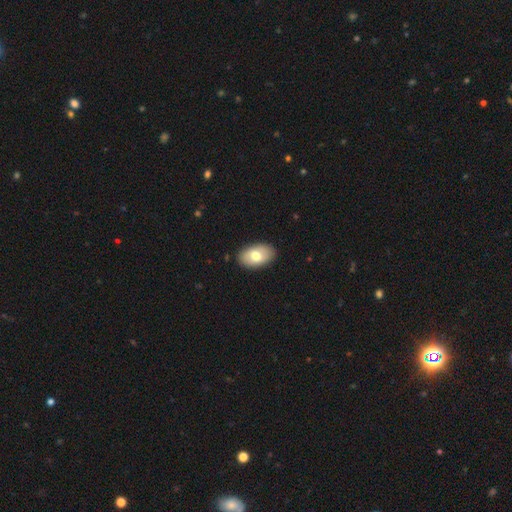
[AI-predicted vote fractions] Smooth or featured? Predicted: smooth (p=0.72). How rounded? Predicted: in between (p=0.92). Merging? Predicted: none (p=0.88).